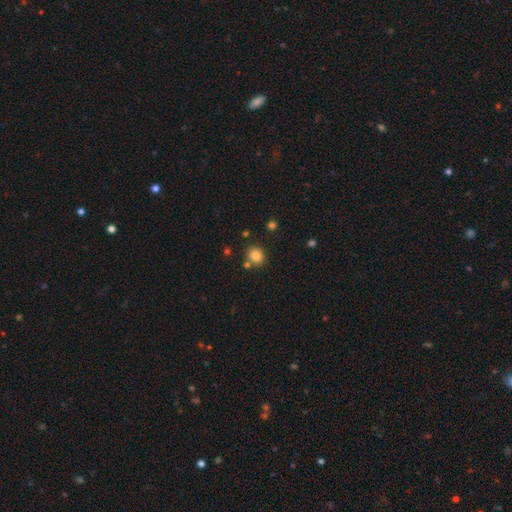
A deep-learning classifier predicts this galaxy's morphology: smooth 84%, star or artifact 11%, featured or disk 5%. Down the decision tree: how rounded — round (72%); merging — none (76%).